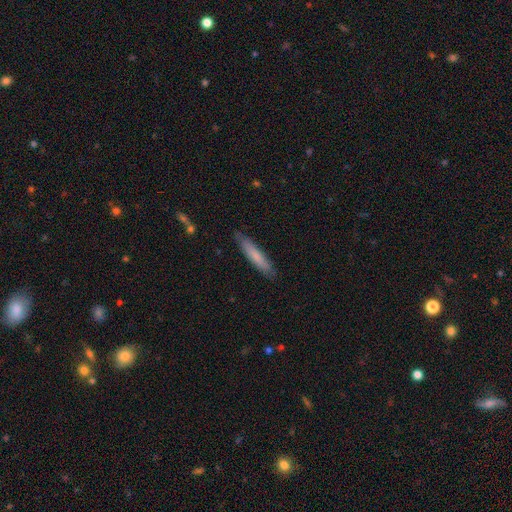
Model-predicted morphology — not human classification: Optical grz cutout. It shows a smooth galaxy with no disk features (74%) that is cigar-shaped (90%). Merging: none (85%).